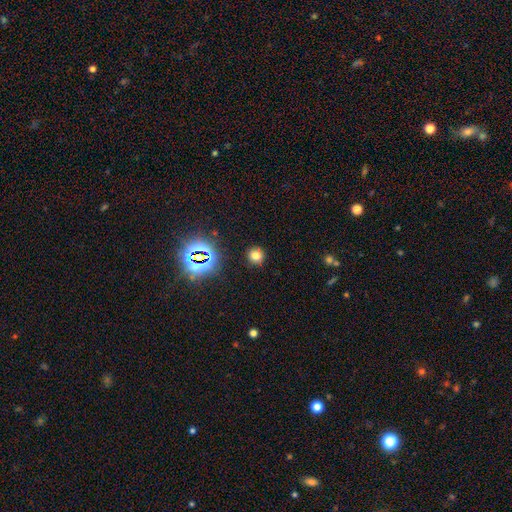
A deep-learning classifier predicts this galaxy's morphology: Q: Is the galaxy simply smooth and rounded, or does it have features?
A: smooth — 67%.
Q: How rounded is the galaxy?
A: round — 86%.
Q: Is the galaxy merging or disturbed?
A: none — 86%.